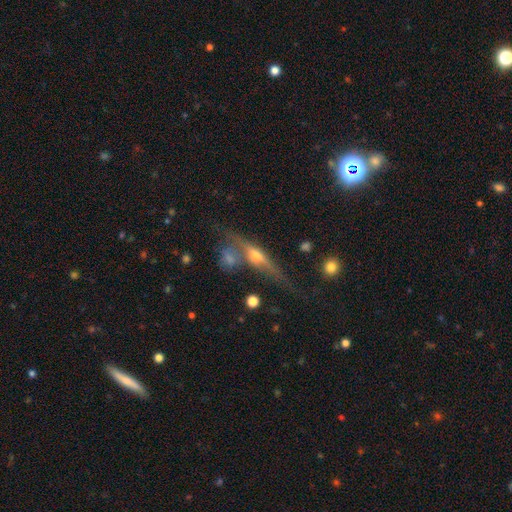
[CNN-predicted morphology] smooth-or-featured: featured or disk: 69% | smooth: 21% | star or artifact: 10%
  disk-edge-on: yes: 86% | no: 14%
    edge-on-bulge: rounded: 86% | none: 7% | boxy: 7%
  merging: none: 50% | merger: 19% | minor disturbance: 19% | major disturbance: 12%